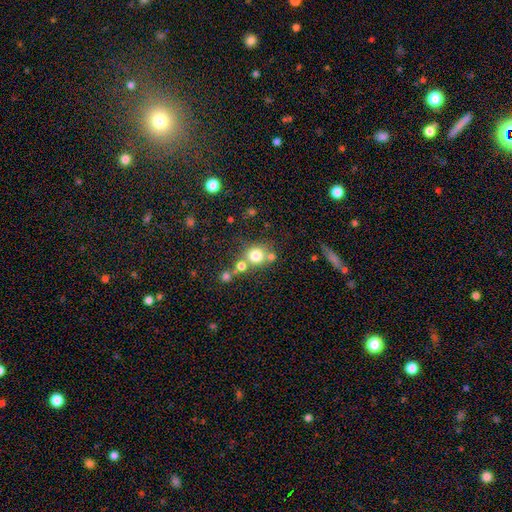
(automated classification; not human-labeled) smooth-or-featured: smooth: 75% | star or artifact: 14% | featured or disk: 11%
  how-rounded: round: 86% | in between: 13% | cigar-shaped: 1%
  merging: none: 60% | merger: 25% | minor disturbance: 10% | major disturbance: 5%